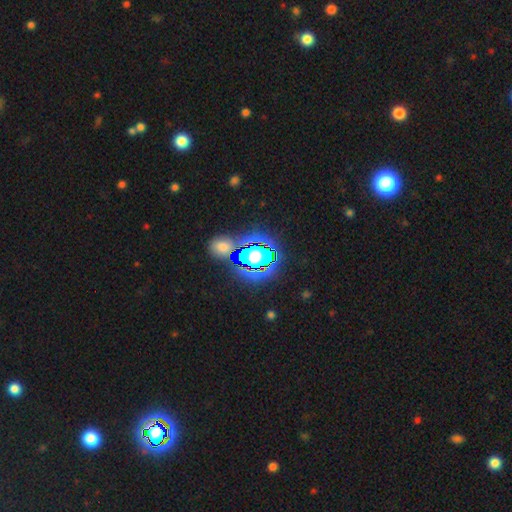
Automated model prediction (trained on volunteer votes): Smooth or featured: star or artifact — 59% (smooth — 27%)